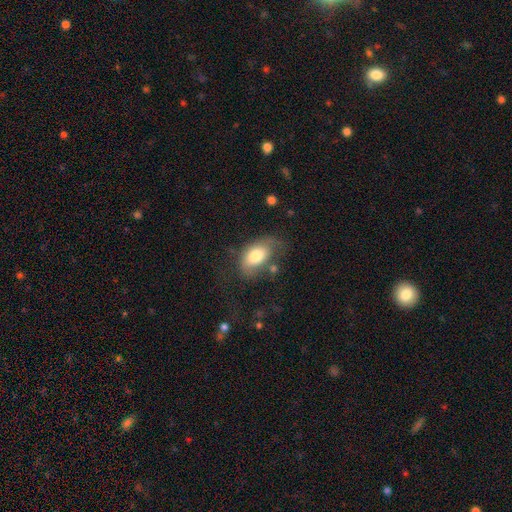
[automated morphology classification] Smooth or featured: smooth — 73% (featured or disk — 20%)
How rounded: in between — 92% (round — 6%)
Merging: none — 42% (minor disturbance — 30%)